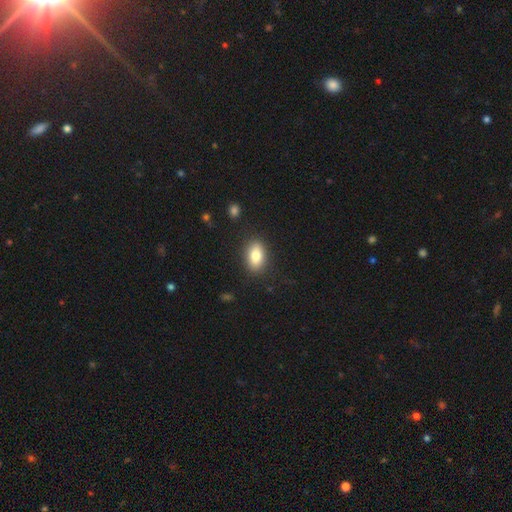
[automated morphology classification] This appears to be a smooth galaxy with no disk features (81%) that is in between round and cigar-shaped (87%). Merging: none (87%).